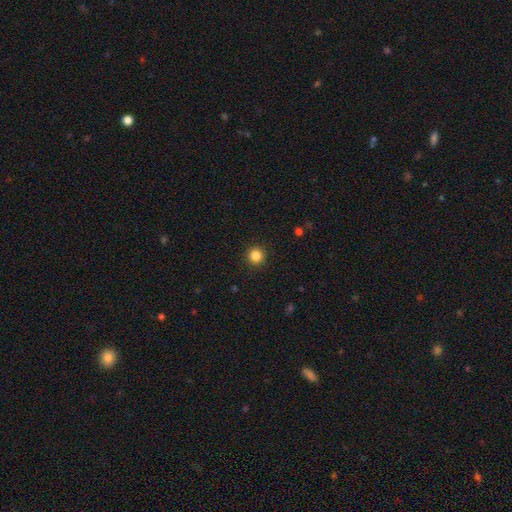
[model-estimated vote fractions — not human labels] Smooth or featured? Predicted: smooth (p=0.85). How rounded? Predicted: round (p=0.95). Merging? Predicted: none (p=0.93).